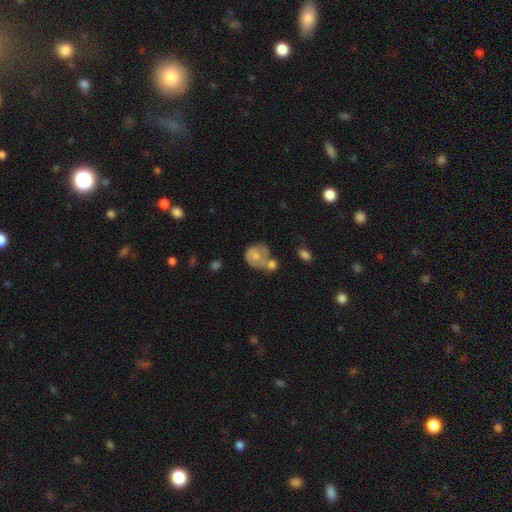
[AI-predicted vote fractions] This appears to be a smooth galaxy with no disk features (55%) that is round (66%). Merging: merger (40%).